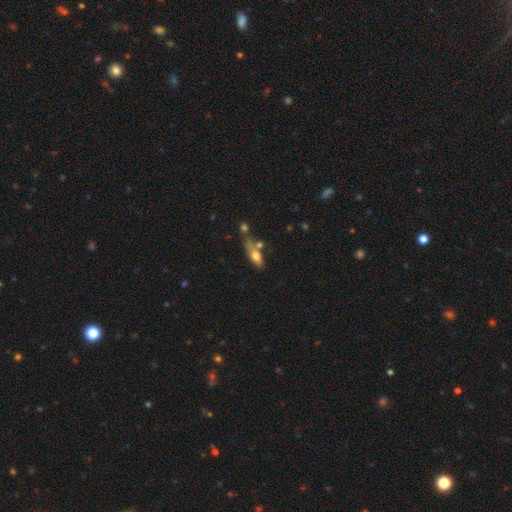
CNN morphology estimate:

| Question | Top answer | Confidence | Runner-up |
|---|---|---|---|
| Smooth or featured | smooth | 65% | featured or disk (27%) |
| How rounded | in between | 64% | cigar-shaped (30%) |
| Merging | none | 35% | merger (32%) |